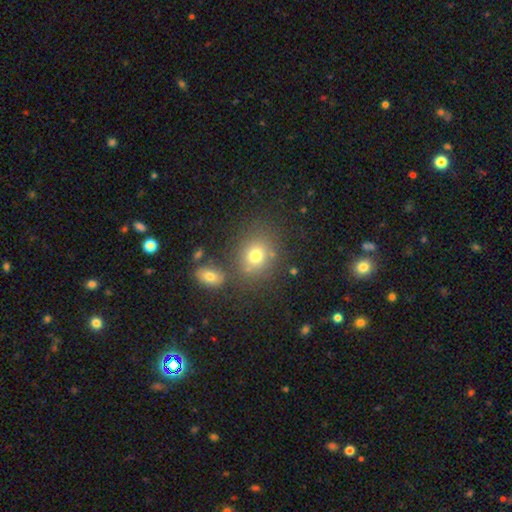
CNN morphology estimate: Smooth or featured? Predicted: smooth (p=0.74). How rounded? Predicted: round (p=0.67). Merging? Predicted: none (p=0.72).